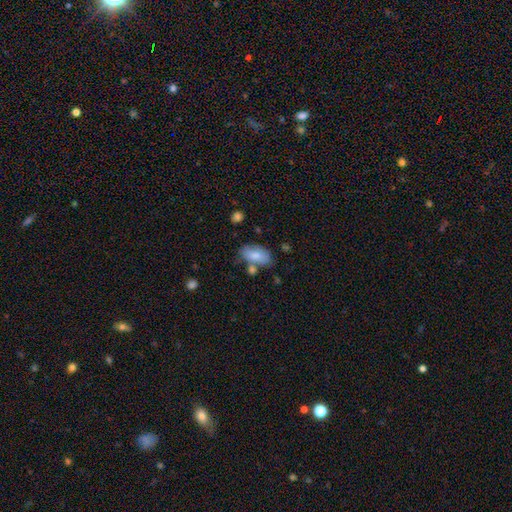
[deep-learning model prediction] smooth-or-featured: smooth: 76% | featured or disk: 17% | star or artifact: 7%
  how-rounded: in between: 92% | round: 5% | cigar-shaped: 3%
  merging: none: 54% | minor disturbance: 22% | merger: 16% | major disturbance: 7%